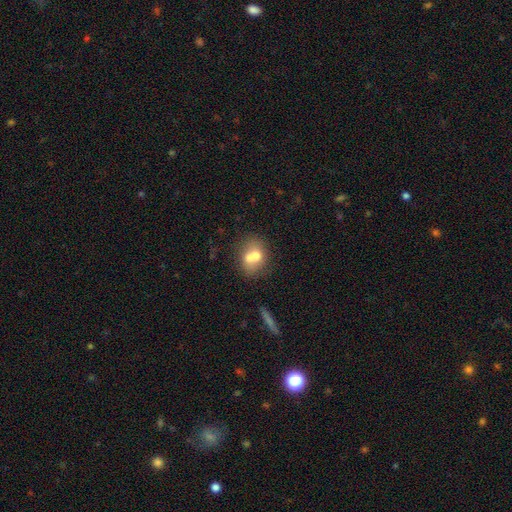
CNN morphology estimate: Smooth or featured: smooth — 65% (featured or disk — 26%)
How rounded: round — 56% (in between — 42%)
Merging: merger — 54% (none — 32%)